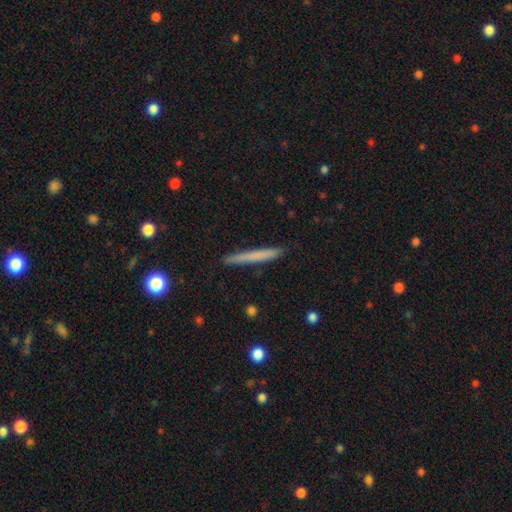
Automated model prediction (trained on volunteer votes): Smooth or featured? Predicted: smooth (p=0.65). How rounded? Predicted: cigar-shaped (p=0.97). Merging? Predicted: none (p=0.90).